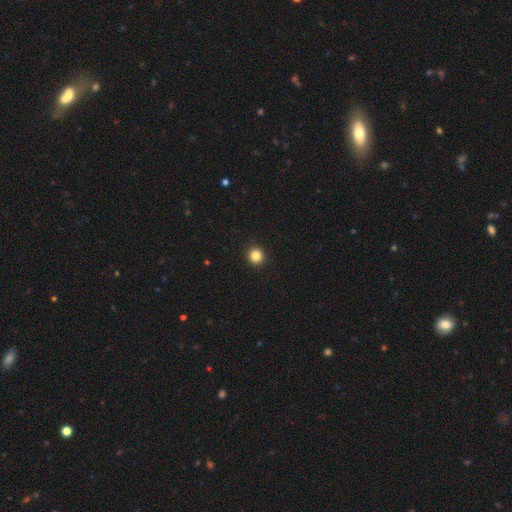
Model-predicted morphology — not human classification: type=smooth (85%); roundness=round (94%); merging=none (94%).